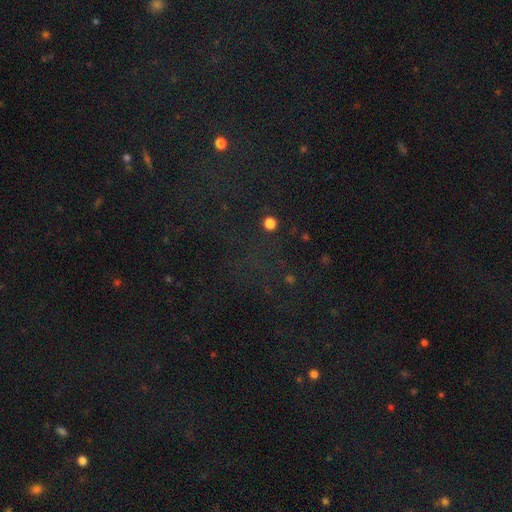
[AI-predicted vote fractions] smooth_or_featured: star or artifact (p=0.75) [alt: smooth p=0.17]